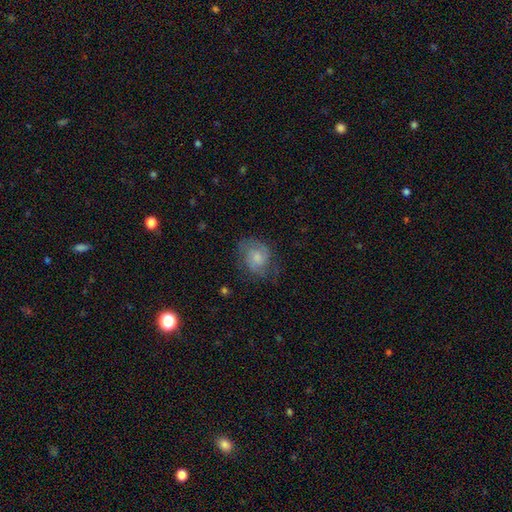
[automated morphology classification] The model was most divided on "smooth or featured": featured or disk: 51%, smooth: 41%, star or artifact: 9%. More confident: edge-on disk — no (97%); merging — none (64%).